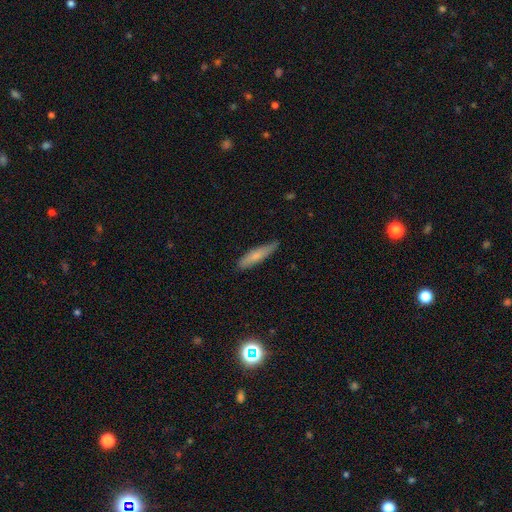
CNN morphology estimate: smooth 69%, featured or disk 24%, star or artifact 7%. Down the decision tree: how rounded — cigar-shaped (84%); merging — none (81%).